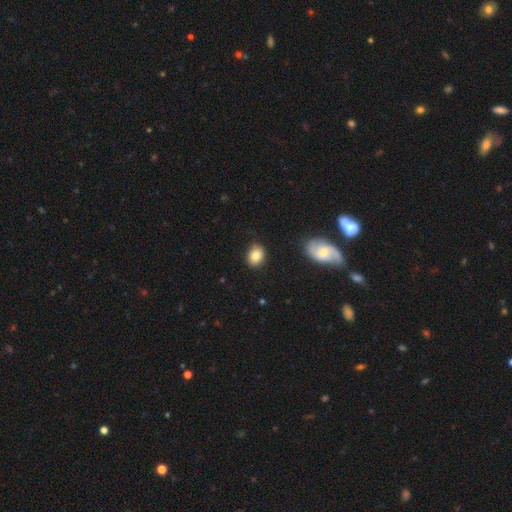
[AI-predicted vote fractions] Q: Smooth or featured?
A: smooth (83%); runner-up: star or artifact (9%)
Q: How rounded?
A: in between (56%); runner-up: round (43%)
Q: Merging?
A: none (81%); runner-up: minor disturbance (14%)